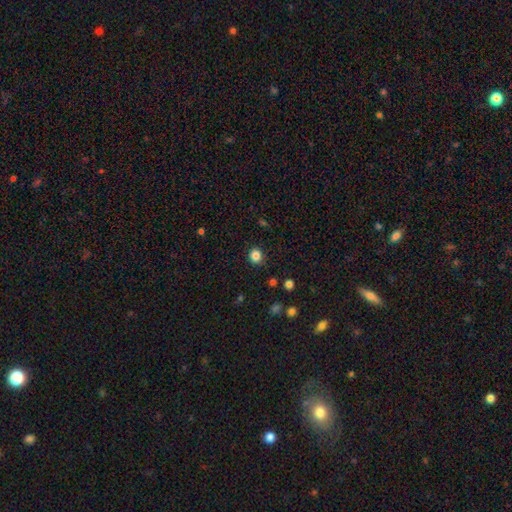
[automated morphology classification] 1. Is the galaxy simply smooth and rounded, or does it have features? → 84% smooth, 12% star or artifact, 5% featured or disk.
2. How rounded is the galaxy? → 85% round, 14% in between, 1% cigar-shaped.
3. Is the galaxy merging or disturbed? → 90% none, 7% minor disturbance, 2% major disturbance, 1% merger.